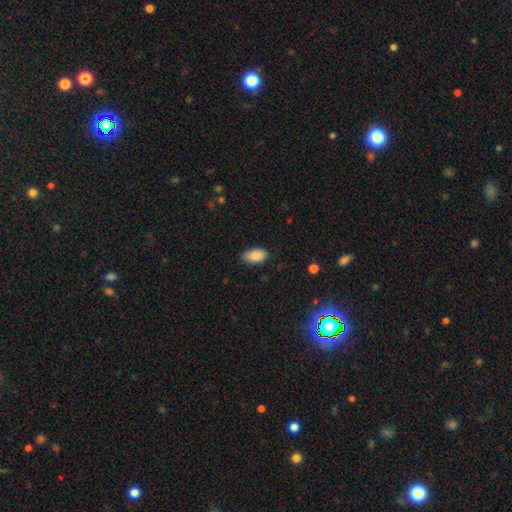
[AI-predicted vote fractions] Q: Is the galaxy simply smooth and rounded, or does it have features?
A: smooth — 85%.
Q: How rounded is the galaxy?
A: in between — 94%.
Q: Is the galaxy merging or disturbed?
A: none — 81%.